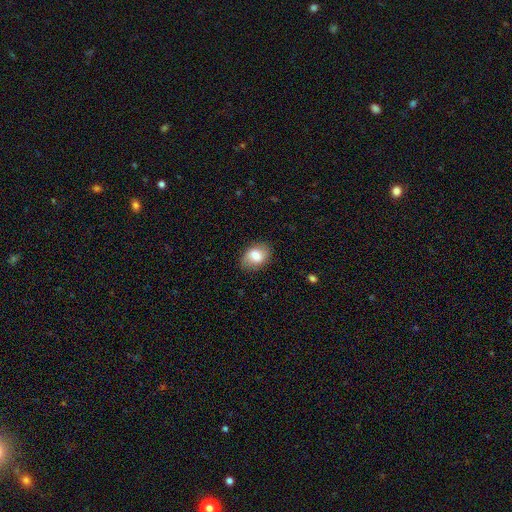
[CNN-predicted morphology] This is likely a smooth galaxy (79%). How rounded: likely in between (78%). Merging: clearly none (82%).